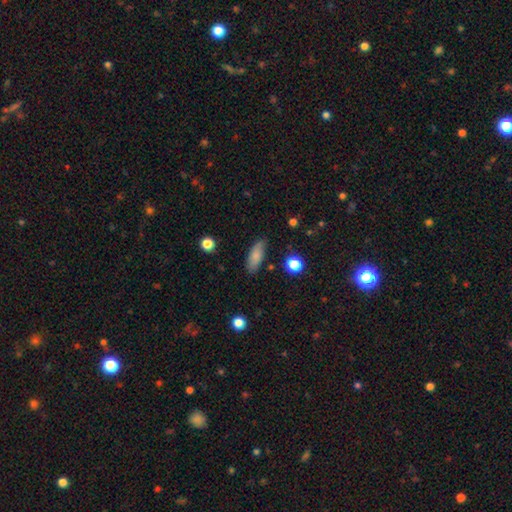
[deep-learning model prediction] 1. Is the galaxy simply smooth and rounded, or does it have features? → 81% smooth, 12% featured or disk, 7% star or artifact.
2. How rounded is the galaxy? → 70% in between, 28% cigar-shaped, 3% round.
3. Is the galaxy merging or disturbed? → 80% none, 15% minor disturbance, 3% major disturbance, 2% merger.